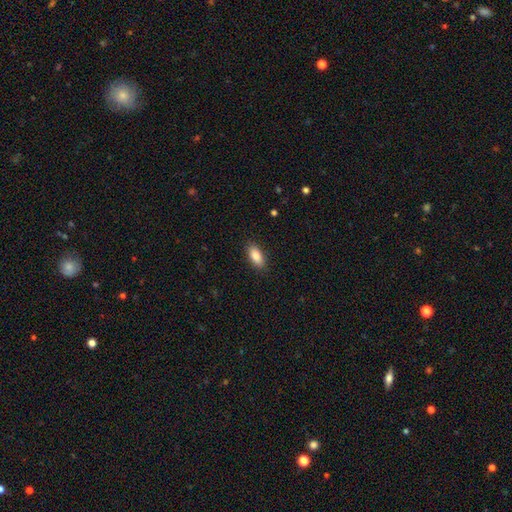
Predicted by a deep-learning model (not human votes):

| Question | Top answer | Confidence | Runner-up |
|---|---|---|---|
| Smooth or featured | smooth | 88% | star or artifact (7%) |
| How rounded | in between | 87% | cigar-shaped (11%) |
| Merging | none | 88% | minor disturbance (8%) |